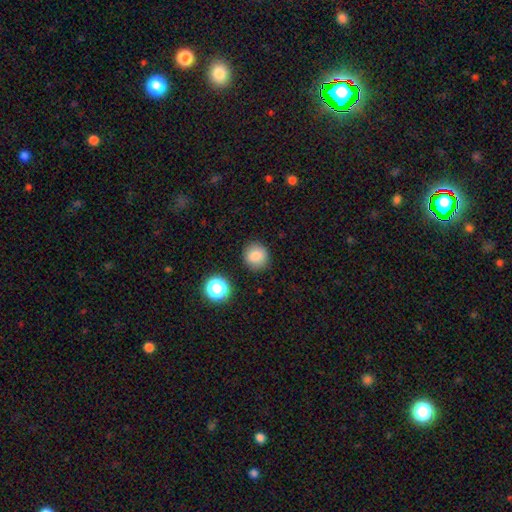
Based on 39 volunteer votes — Smooth or featured? 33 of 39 (85%) said smooth. How rounded? 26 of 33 (79%) said round. Merging? 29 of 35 (83%) said none.